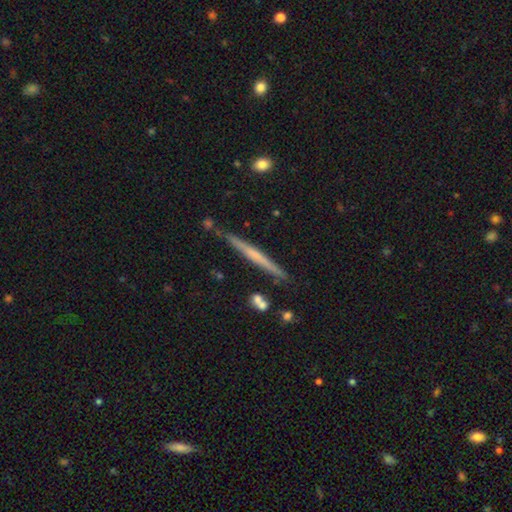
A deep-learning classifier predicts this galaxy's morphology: type=featured or disk (58%); edge-on=yes (97%); edge-on bulge=none (71%); merging=none (85%).